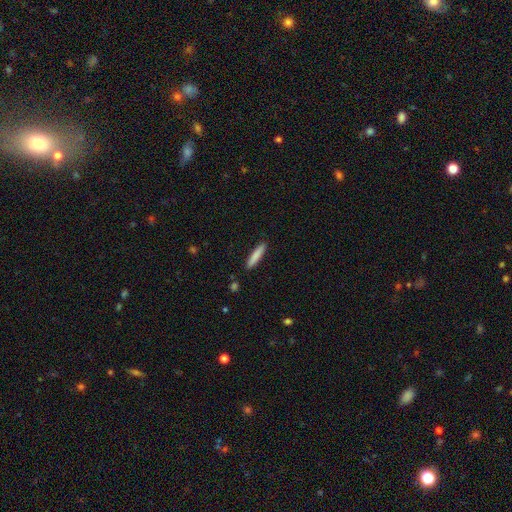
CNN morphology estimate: Smooth or featured? Predicted: smooth (p=0.82). How rounded? Predicted: cigar-shaped (p=0.90). Merging? Predicted: none (p=0.90).